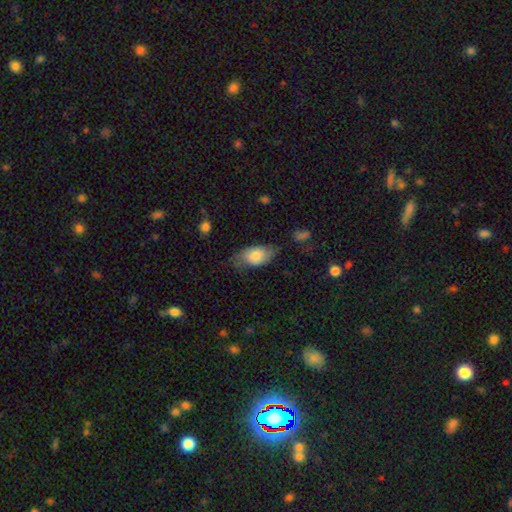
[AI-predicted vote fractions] This is likely a smooth galaxy (70%). How rounded: clearly in between (91%). Merging: possibly none (54%).